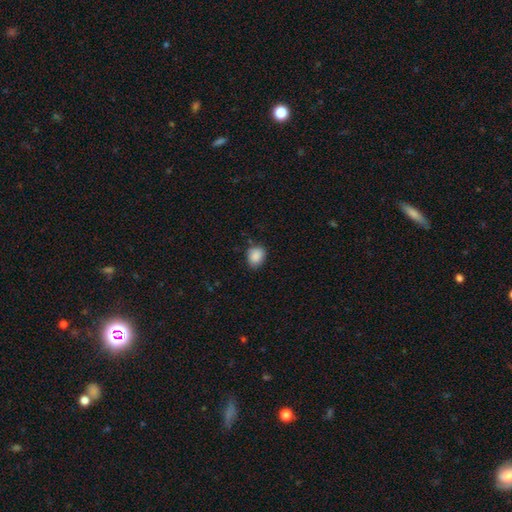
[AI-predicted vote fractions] This appears to be a smooth galaxy with no disk features (88%) that is round (53%). Merging: none (75%).